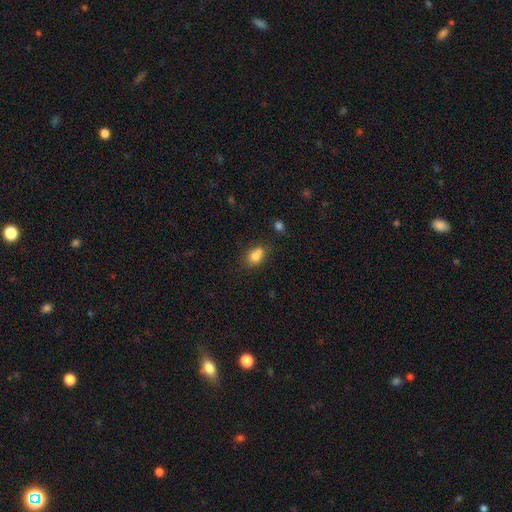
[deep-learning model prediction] This is likely a smooth galaxy (78%). How rounded: likely in between (60%). Merging: possibly none (49%).